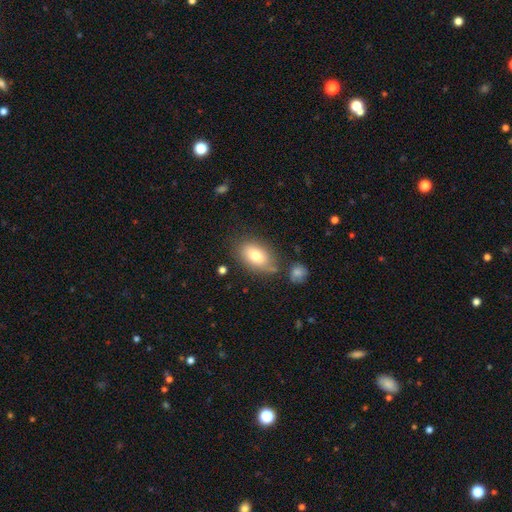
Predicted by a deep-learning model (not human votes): The model was most divided on "merging": none: 68%, minor disturbance: 18%, merger: 8%, major disturbance: 5%. More confident: how rounded — in between (88%); smooth or featured — smooth (76%).